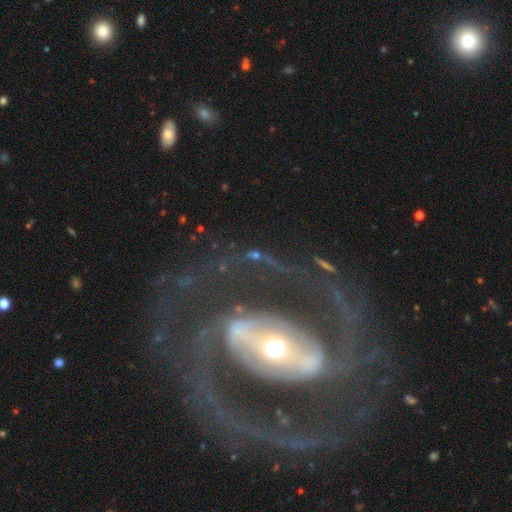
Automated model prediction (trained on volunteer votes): Smooth or featured?
  - featured or disk: 64% *
  - star or artifact: 20%
  - smooth: 16%
Edge-on disk?
  - no: 82% *
  - yes: 18%
Bar?
  - no: 44% *
  - strong: 31%
  - weak: 25%
Spiral arms?
  - yes: 65% *
  - no: 35%
Bulge size?
  - moderate: 59% *
  - small: 21%
  - large: 12%
  - dominant: 5%
  - none: 4%
Merging?
  - none: 51% *
  - major disturbance: 27%
  - minor disturbance: 14%
  - merger: 8%